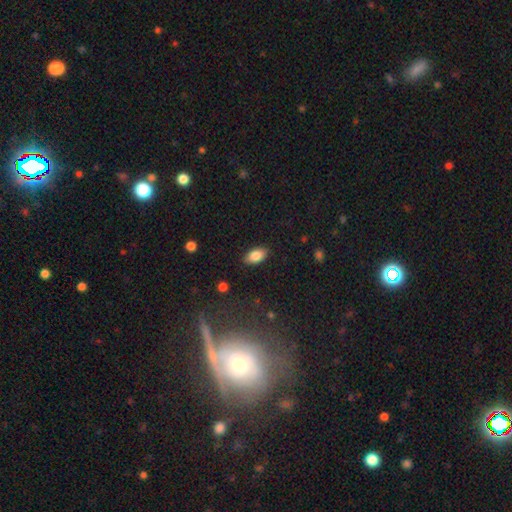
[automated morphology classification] The model was most divided on "smooth or featured": smooth: 84%, featured or disk: 8%, star or artifact: 8%. More confident: how rounded — in between (92%); merging — none (87%).